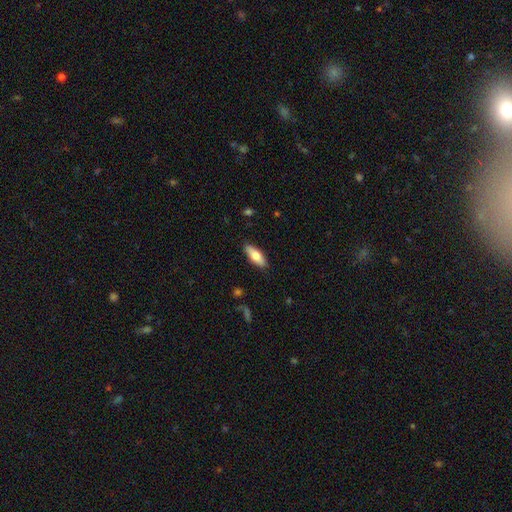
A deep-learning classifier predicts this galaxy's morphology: Smooth or featured: smooth — 72% (featured or disk — 22%)
How rounded: in between — 66% (cigar-shaped — 31%)
Merging: none — 87% (minor disturbance — 9%)